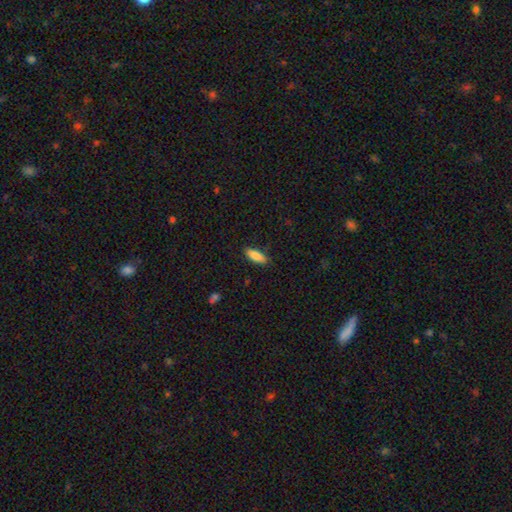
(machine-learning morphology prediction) Smooth or featured? smooth (85%)
How rounded? in between (69%)
Merging? none (84%)